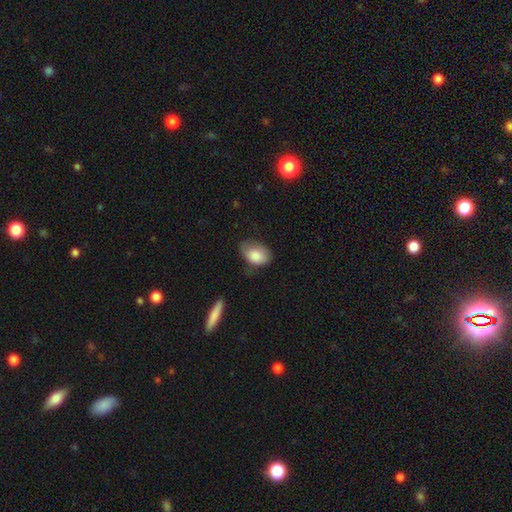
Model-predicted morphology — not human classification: smooth-or-featured: smooth: 84% | featured or disk: 9% | star or artifact: 7%
  how-rounded: in between: 87% | round: 11% | cigar-shaped: 1%
  merging: none: 53% | minor disturbance: 35% | major disturbance: 10% | merger: 2%